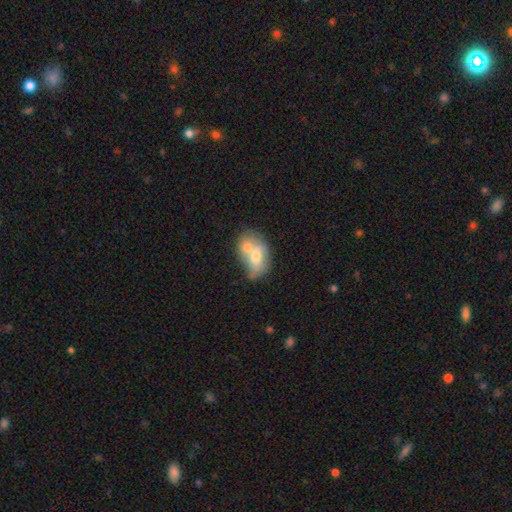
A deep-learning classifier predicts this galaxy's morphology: Smooth or featured? smooth (60%)
How rounded? in between (79%)
Merging? merger (63%)